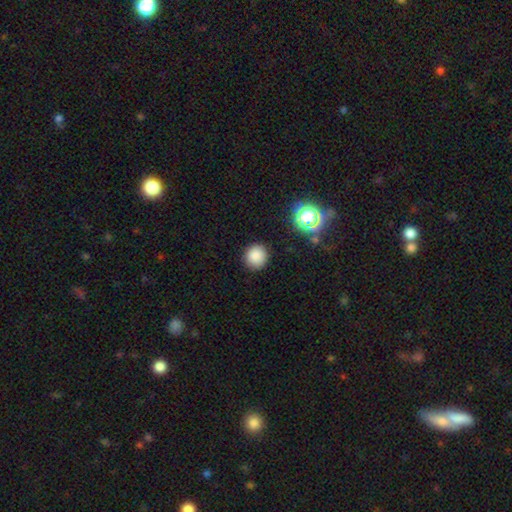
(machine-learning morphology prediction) Smooth or featured?
  - smooth: 84% *
  - star or artifact: 12%
  - featured or disk: 4%
How rounded?
  - round: 91% *
  - in between: 8%
  - cigar-shaped: 1%
Merging?
  - none: 89% *
  - minor disturbance: 7%
  - major disturbance: 2%
  - merger: 1%